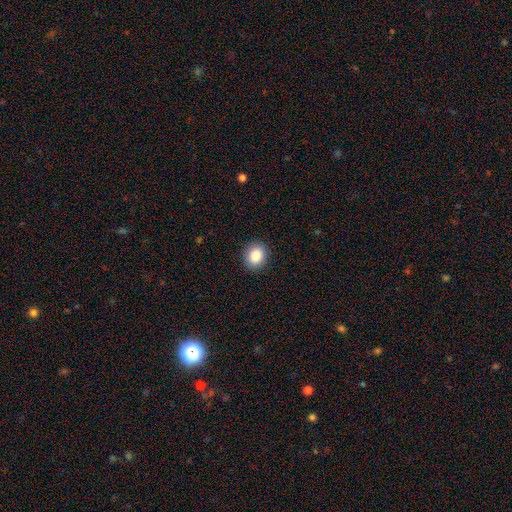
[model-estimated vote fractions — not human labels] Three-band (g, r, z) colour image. It shows a smooth galaxy with no disk features (87%) that is round (61%). Merging: none (90%).